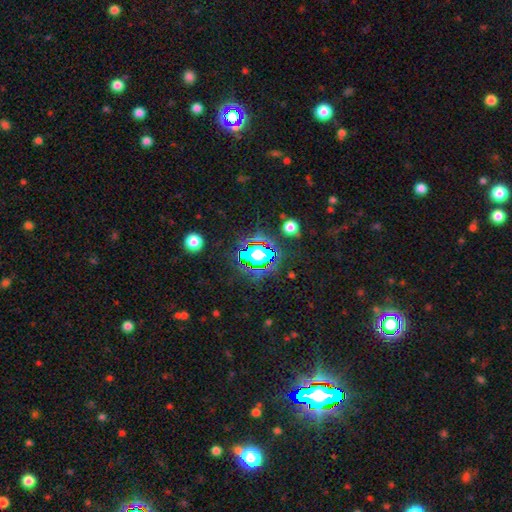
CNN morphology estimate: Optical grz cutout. It shows a star or artifact, not a galaxy (63%).